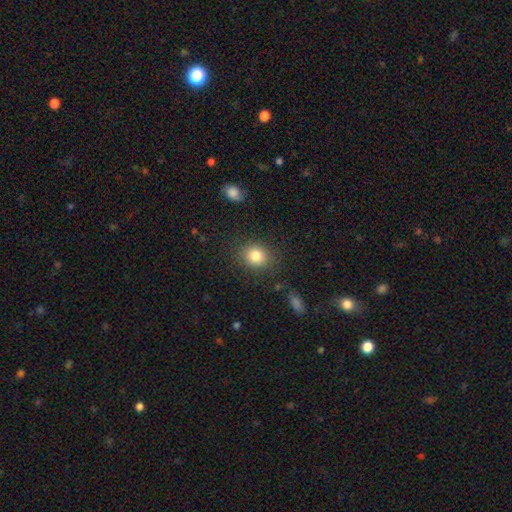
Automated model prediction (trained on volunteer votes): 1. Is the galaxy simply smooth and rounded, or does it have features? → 83% smooth, 10% star or artifact, 7% featured or disk.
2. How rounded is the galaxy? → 66% round, 33% in between, 1% cigar-shaped.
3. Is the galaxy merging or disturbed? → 84% none, 11% minor disturbance, 4% major disturbance, 2% merger.